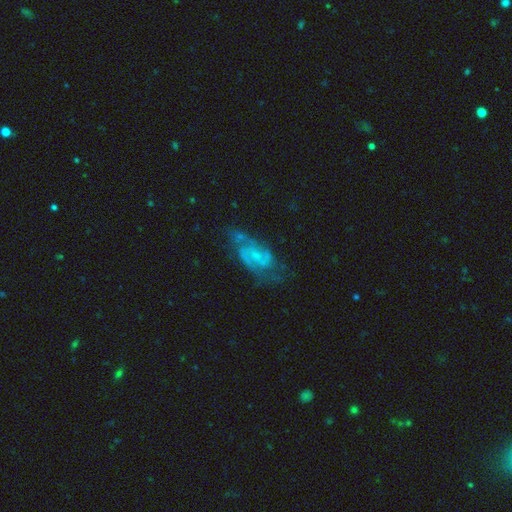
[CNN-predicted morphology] type=featured or disk (77%); edge-on=no (95%); bar=no (48%); spiral arms=yes (90%); winding=medium (49%); arm count=2 (75%); bulge=small (56%); merging=none (60%).